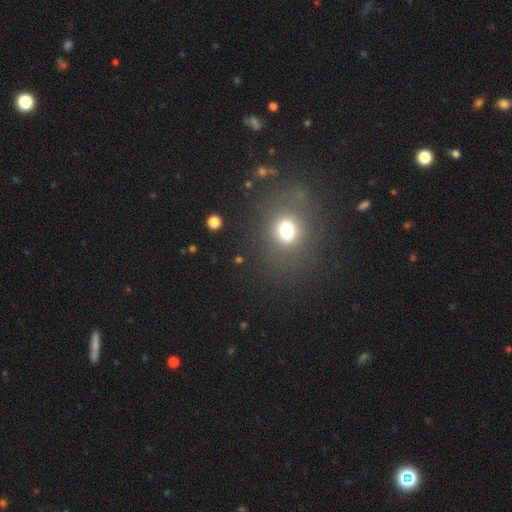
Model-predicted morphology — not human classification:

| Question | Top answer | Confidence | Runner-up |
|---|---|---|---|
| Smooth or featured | smooth | 62% | star or artifact (28%) |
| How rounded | round | 63% | in between (35%) |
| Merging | none | 85% | minor disturbance (9%) |